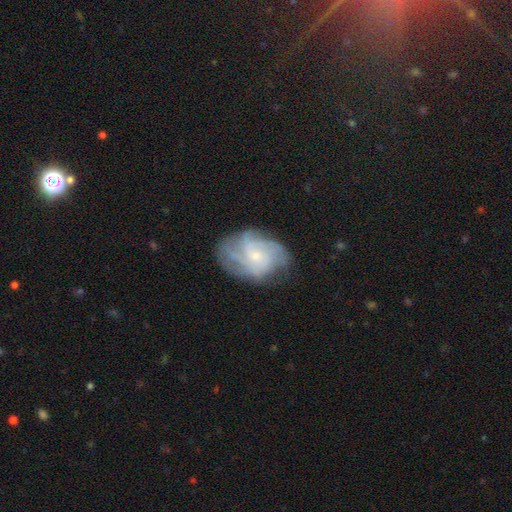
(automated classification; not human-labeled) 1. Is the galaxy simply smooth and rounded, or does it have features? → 78% featured or disk, 15% smooth, 7% star or artifact.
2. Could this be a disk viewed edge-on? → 97% no, 3% yes.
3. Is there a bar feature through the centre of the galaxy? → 69% no, 27% weak, 3% strong.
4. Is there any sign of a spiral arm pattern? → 94% yes, 6% no.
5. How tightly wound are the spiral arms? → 47% tight, 41% medium, 12% loose.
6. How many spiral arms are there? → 29% can't tell, 27% 4, 22% 3, 10% 2, 7% more than 4, 6% 1.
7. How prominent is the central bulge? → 68% small, 25% moderate, 4% none, 2% large, 1% dominant.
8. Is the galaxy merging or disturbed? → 67% none, 22% minor disturbance, 10% major disturbance, 1% merger.